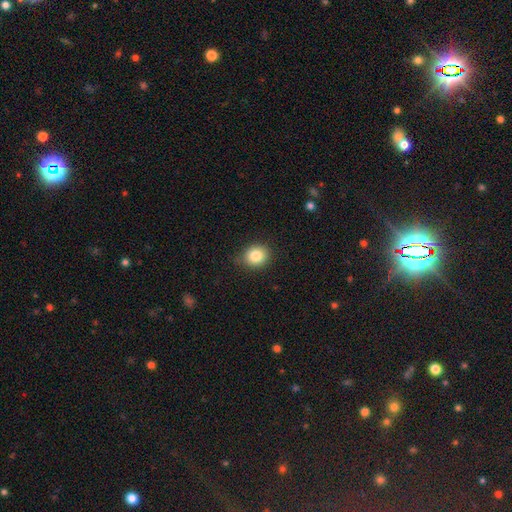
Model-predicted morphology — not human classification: type=smooth (85%); roundness=round (76%); merging=none (82%).